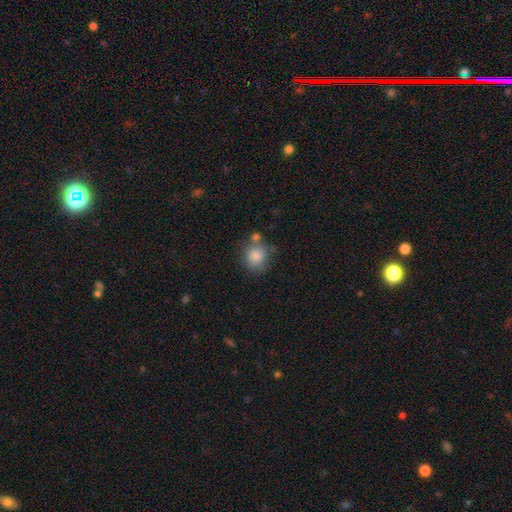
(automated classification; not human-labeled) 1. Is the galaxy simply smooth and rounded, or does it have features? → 85% smooth, 9% star or artifact, 6% featured or disk.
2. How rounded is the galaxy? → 81% round, 18% in between, 1% cigar-shaped.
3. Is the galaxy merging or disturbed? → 62% none, 16% minor disturbance, 16% merger, 5% major disturbance.